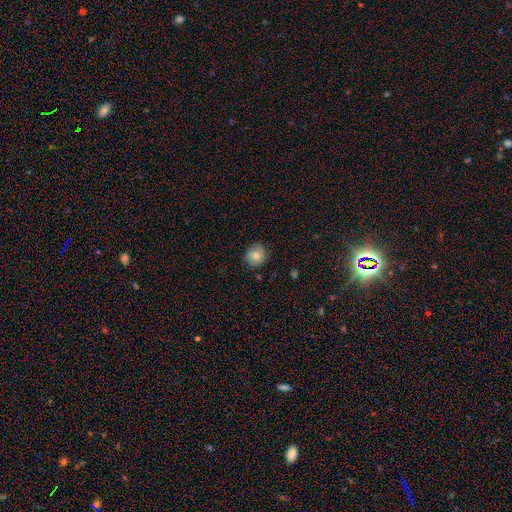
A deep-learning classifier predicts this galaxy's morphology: The model was most divided on "how rounded": round: 82%, in between: 17%, cigar-shaped: 1%. More confident: merging — none (81%); smooth or featured — smooth (81%).